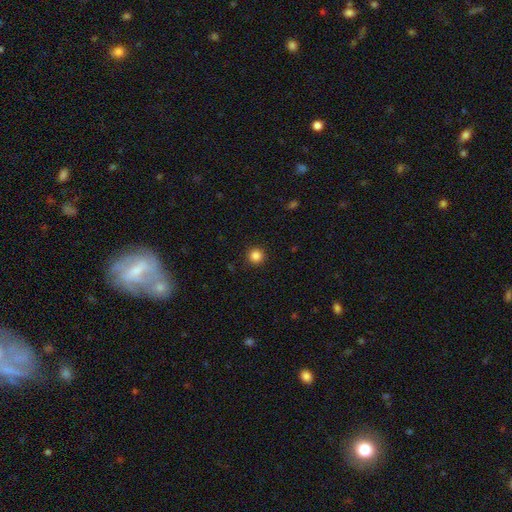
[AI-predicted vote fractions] Q: Smooth or featured?
A: smooth (85%); runner-up: star or artifact (11%)
Q: How rounded?
A: round (96%); runner-up: in between (4%)
Q: Merging?
A: none (92%); runner-up: minor disturbance (5%)